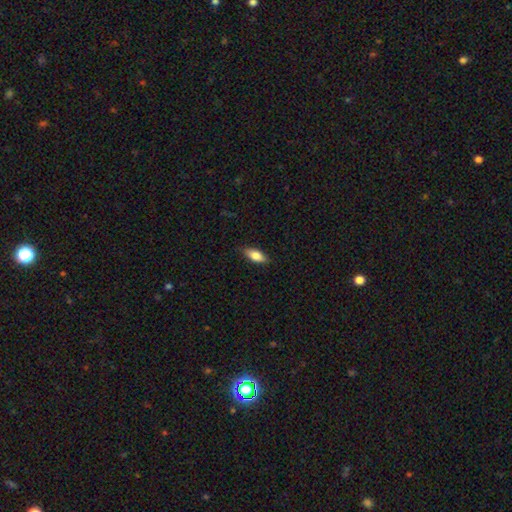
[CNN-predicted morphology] A smooth galaxy with no disk features (78%) that is in between round and cigar-shaped (81%). Merging: none (86%).